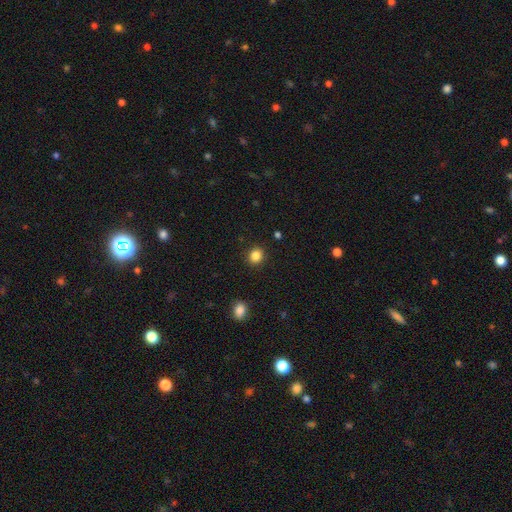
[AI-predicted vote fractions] Smooth or featured: smooth — 85% (star or artifact — 11%)
How rounded: round — 82% (in between — 17%)
Merging: none — 91% (minor disturbance — 6%)